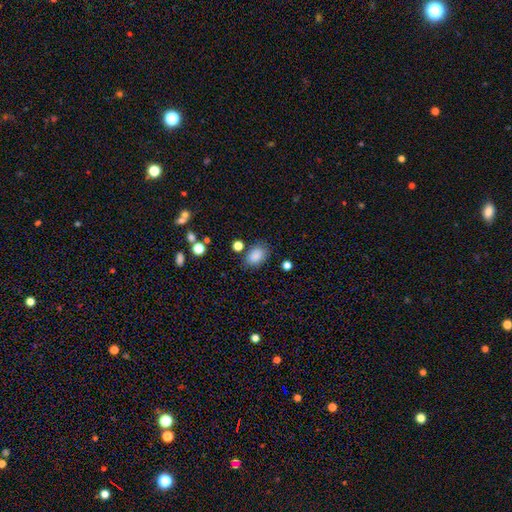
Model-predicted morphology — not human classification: smooth_or_featured: smooth (p=0.86) [alt: star or artifact p=0.09]
how_rounded: in between (p=0.79) [alt: round p=0.19]
merging: none (p=0.77) [alt: minor disturbance p=0.15]